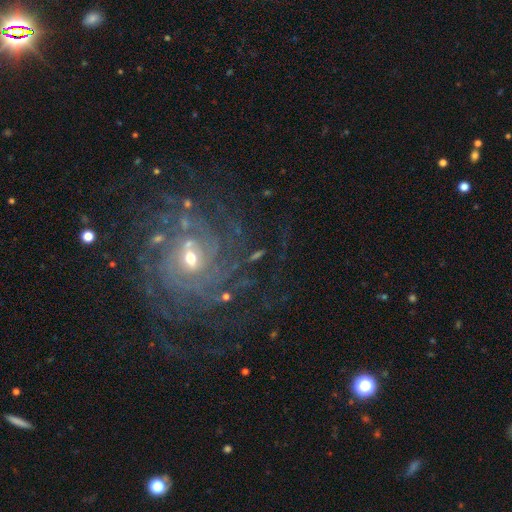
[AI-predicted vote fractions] Smooth or featured?
  - featured or disk: 84% *
  - star or artifact: 11%
  - smooth: 5%
Edge-on disk?
  - no: 97% *
  - yes: 3%
Bar?
  - no: 55% *
  - weak: 33%
  - strong: 12%
Spiral arms?
  - yes: 97% *
  - no: 3%
Spiral winding?
  - tight: 69% *
  - medium: 25%
  - loose: 6%
Spiral arm count?
  - more than 4: 32% *
  - can't tell: 22%
  - 4: 18%
  - 3: 11%
  - 2: 9%
  - 1: 8%
Bulge size?
  - small: 56% *
  - moderate: 39%
  - large: 2%
  - none: 2%
  - dominant: 1%
Merging?
  - none: 72% *
  - minor disturbance: 13%
  - major disturbance: 12%
  - merger: 3%